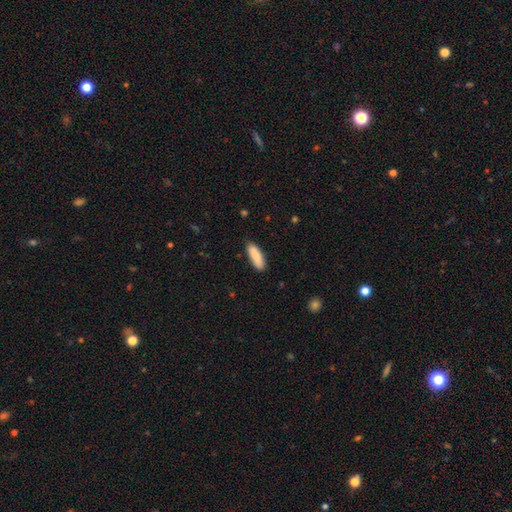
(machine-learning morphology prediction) Smooth or featured? Predicted: smooth (p=0.86). How rounded? Predicted: in between (p=0.59). Merging? Predicted: none (p=0.86).